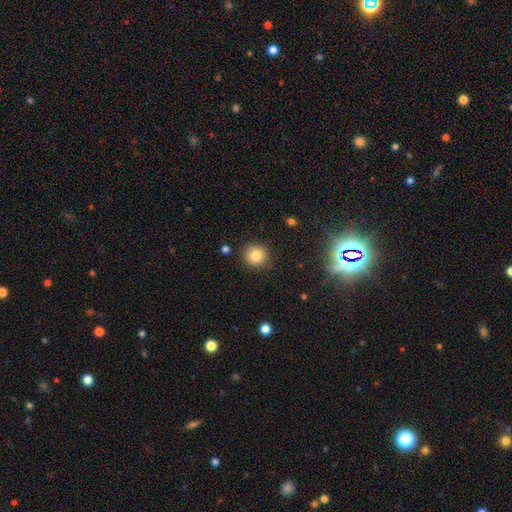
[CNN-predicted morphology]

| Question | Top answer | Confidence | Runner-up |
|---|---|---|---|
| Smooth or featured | smooth | 83% | star or artifact (11%) |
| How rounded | round | 92% | in between (7%) |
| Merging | none | 88% | minor disturbance (8%) |